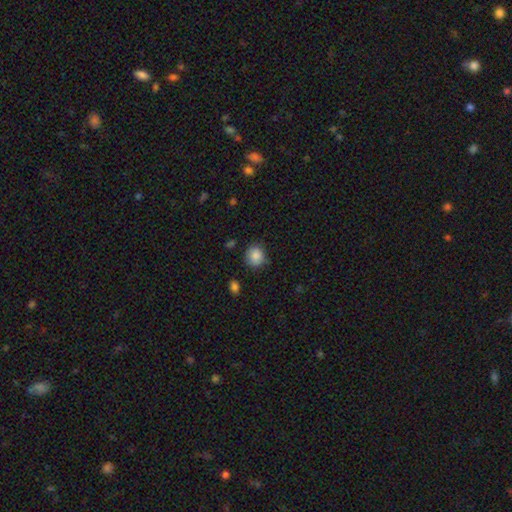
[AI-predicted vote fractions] This appears to be a smooth galaxy with no disk features (87%) that is round (82%). Merging: none (78%).